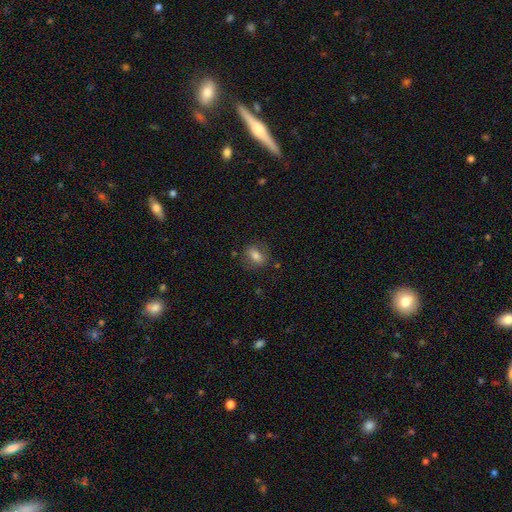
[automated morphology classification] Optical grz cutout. It shows a smooth galaxy with no disk features (75%) that is in between round and cigar-shaped (70%). Merging: none (76%).